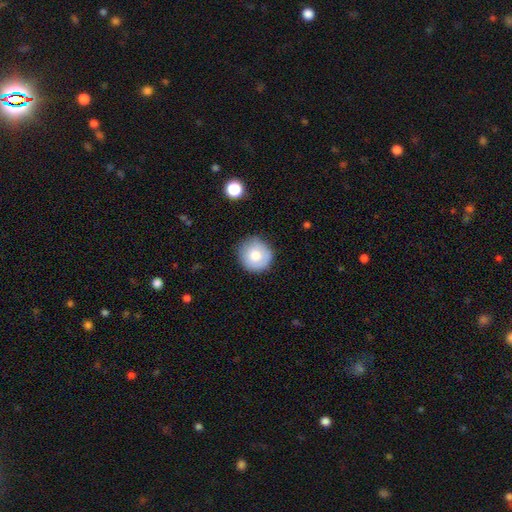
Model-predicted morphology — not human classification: type=smooth (77%); roundness=round (93%); merging=none (82%).